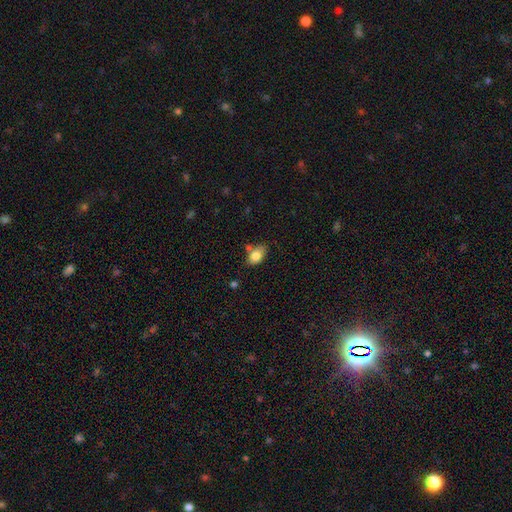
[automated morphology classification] A smooth galaxy with no disk features (81%) that is in between round and cigar-shaped (87%). Merging: none (66%).